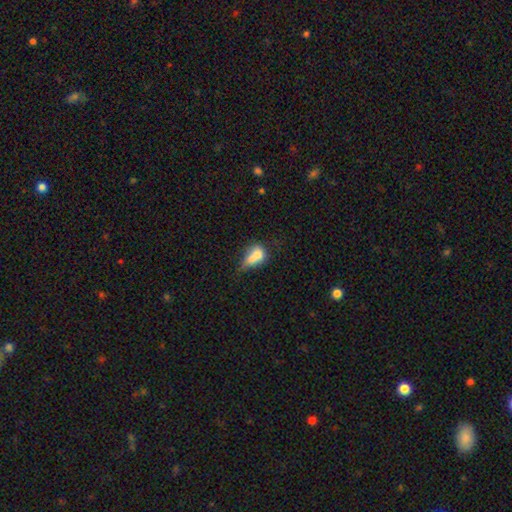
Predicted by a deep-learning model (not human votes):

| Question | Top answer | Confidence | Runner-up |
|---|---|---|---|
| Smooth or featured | smooth | 68% | featured or disk (23%) |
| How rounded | in between | 67% | round (28%) |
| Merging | merger | 55% | none (20%) |